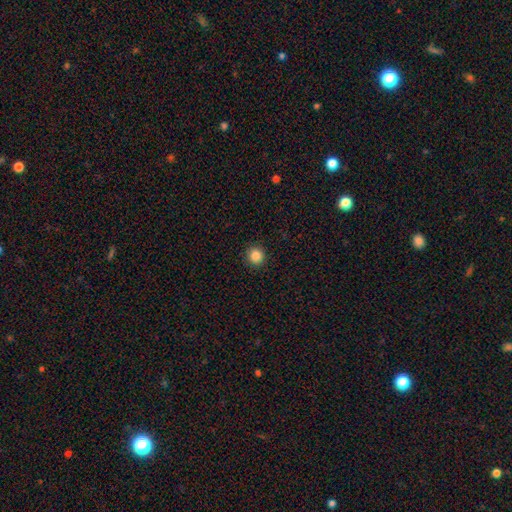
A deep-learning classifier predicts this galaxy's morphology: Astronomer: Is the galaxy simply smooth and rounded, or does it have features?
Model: smooth — 86%.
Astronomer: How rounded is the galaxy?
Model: round — 94%.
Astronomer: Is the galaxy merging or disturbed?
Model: none — 92%.